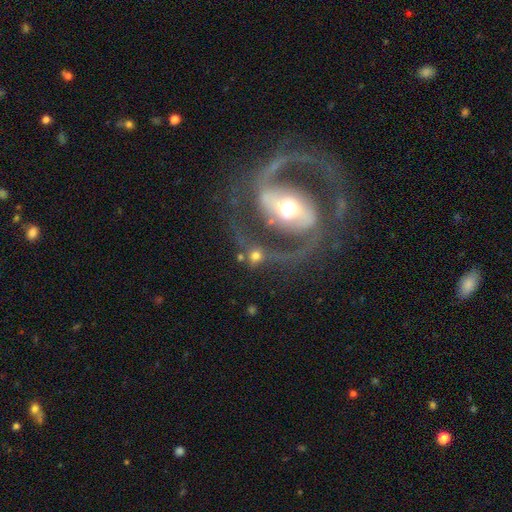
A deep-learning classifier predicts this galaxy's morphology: Overall: featured or disk (46%; smooth 39%). Merging: none (41%; major disturbance 24%).